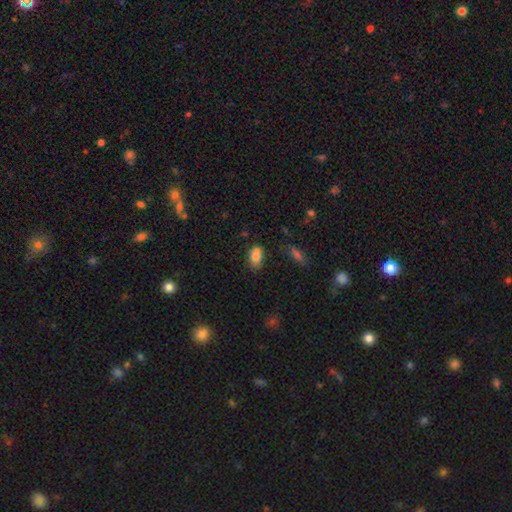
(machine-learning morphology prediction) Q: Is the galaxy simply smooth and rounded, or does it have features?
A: smooth — 79%.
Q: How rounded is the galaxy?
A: in between — 84%.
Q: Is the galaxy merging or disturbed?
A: none — 53%.